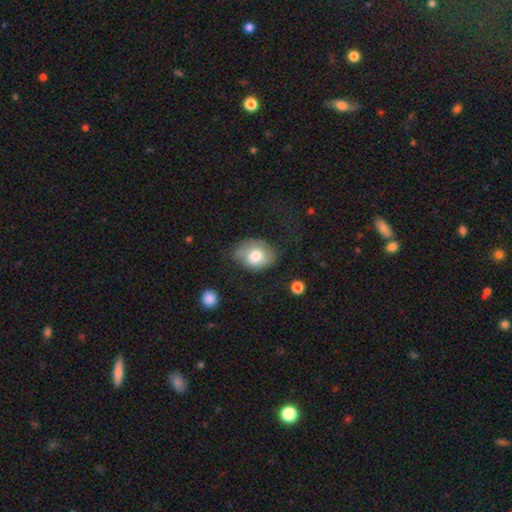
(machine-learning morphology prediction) This appears to be a smooth galaxy with no disk features (65%) that is in between round and cigar-shaped (60%). Merging: none (51%).